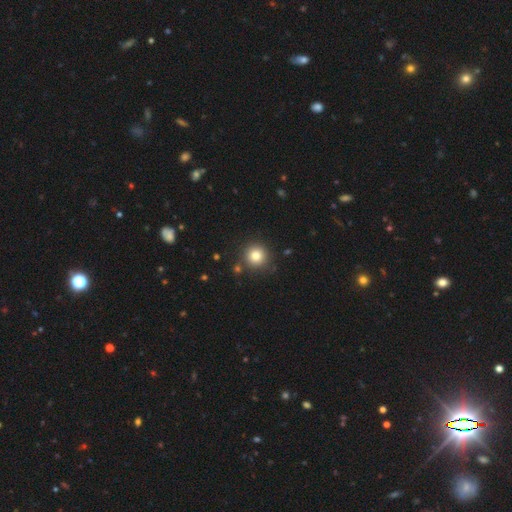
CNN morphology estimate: smooth_or_featured: smooth (p=0.81) [alt: star or artifact p=0.12]
how_rounded: round (p=0.94) [alt: in between p=0.05]
merging: none (p=0.86) [alt: minor disturbance p=0.08]